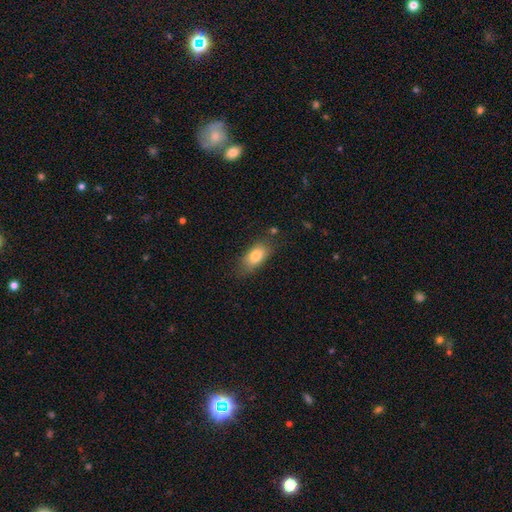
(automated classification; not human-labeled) This is clearly a smooth galaxy (80%). How rounded: clearly in between (85%). Merging: likely none (72%).